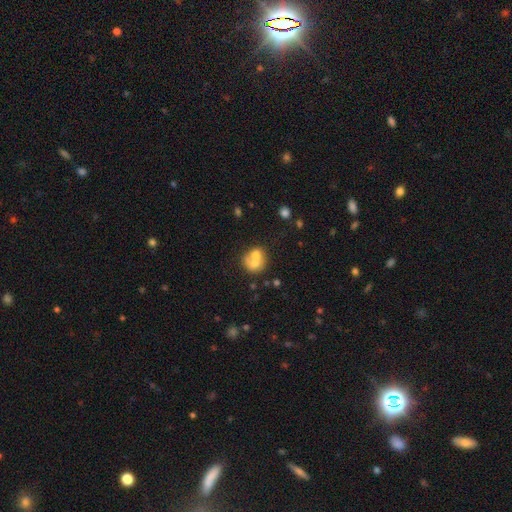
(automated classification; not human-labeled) Smooth or featured?
  - smooth: 62% *
  - featured or disk: 29%
  - star or artifact: 10%
How rounded?
  - round: 67% *
  - in between: 32%
  - cigar-shaped: 1%
Merging?
  - merger: 63% *
  - none: 25%
  - minor disturbance: 8%
  - major disturbance: 4%